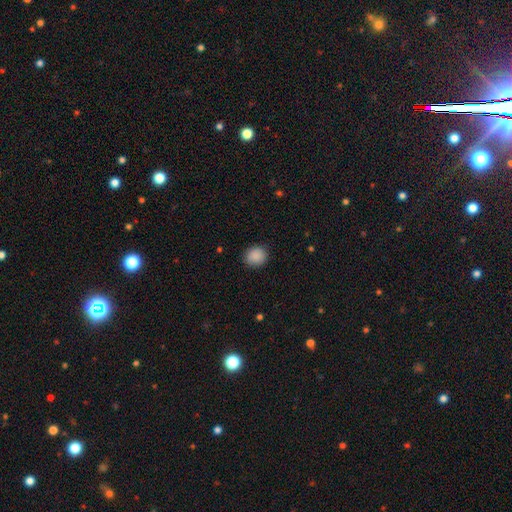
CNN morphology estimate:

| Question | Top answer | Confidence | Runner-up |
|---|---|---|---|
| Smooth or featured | smooth | 89% | star or artifact (8%) |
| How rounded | round | 78% | in between (21%) |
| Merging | none | 87% | minor disturbance (9%) |